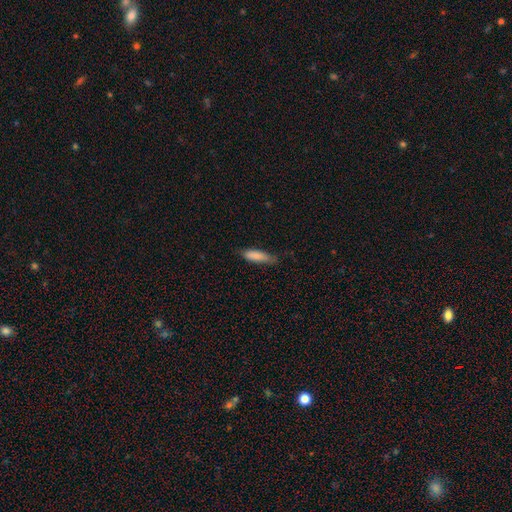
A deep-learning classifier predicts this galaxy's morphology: smooth 85%, featured or disk 9%, star or artifact 6%. Down the decision tree: how rounded — cigar-shaped (60%); merging — none (65%).